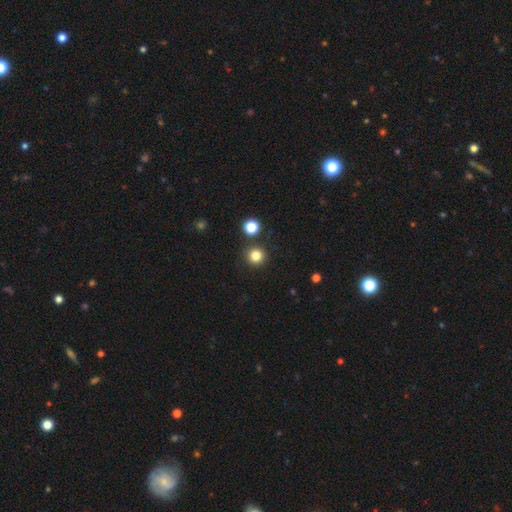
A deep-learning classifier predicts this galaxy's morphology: smooth 83%, star or artifact 13%, featured or disk 4%. Down the decision tree: how rounded — round (95%); merging — none (88%).